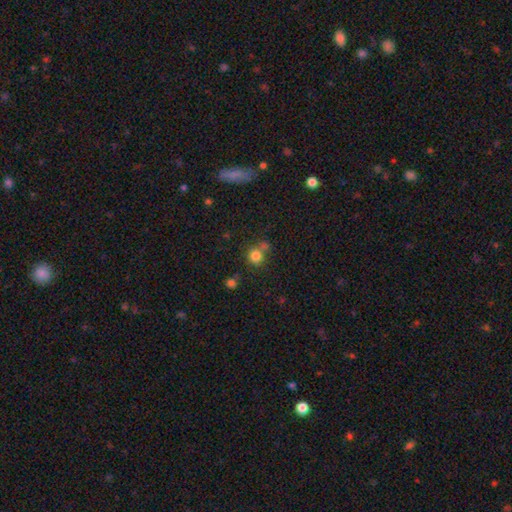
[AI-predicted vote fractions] This appears to be a smooth galaxy with no disk features (80%) that is round (89%). Merging: none (61%).